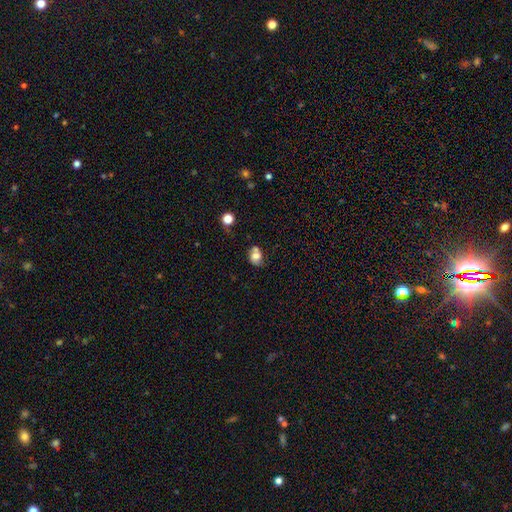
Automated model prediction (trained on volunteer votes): This appears to be a smooth galaxy with no disk features (68%) that is round (52%). Merging: none (47%).